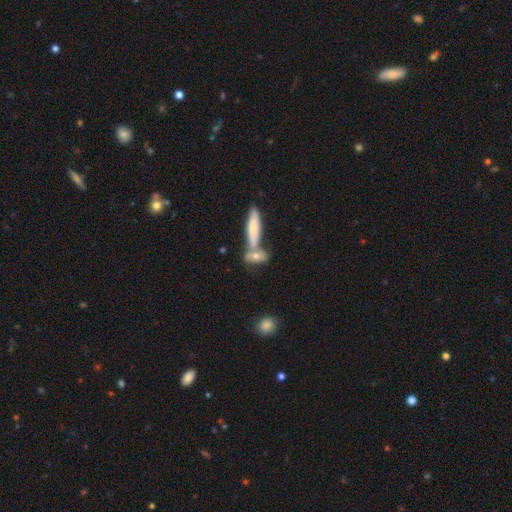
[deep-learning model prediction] Overall: smooth (66%; featured or disk 26%). How rounded: in between (48%; cigar-shaped 47%). Merging: none (44%; merger 41%).